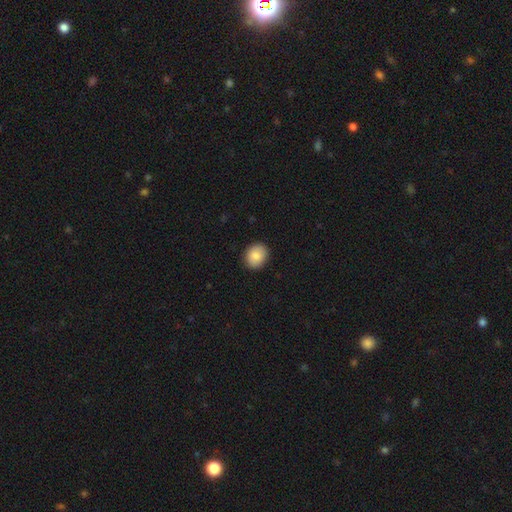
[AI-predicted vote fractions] Smooth or featured: smooth — 85% (star or artifact — 7%)
How rounded: round — 62% (in between — 37%)
Merging: none — 89% (minor disturbance — 8%)